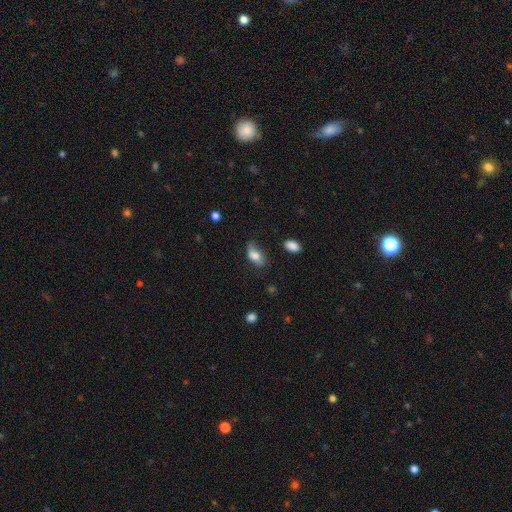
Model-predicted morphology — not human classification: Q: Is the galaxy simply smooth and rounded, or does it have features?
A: smooth — 77%.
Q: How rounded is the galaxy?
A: in between — 90%.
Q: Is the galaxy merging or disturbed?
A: none — 53%.